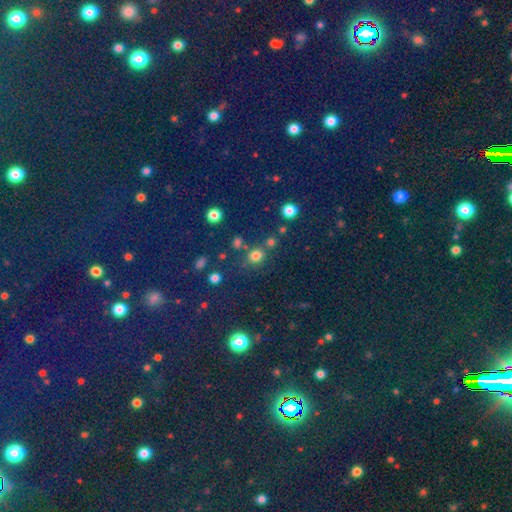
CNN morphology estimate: type=smooth (73%); roundness=round (79%); merging=none (69%).